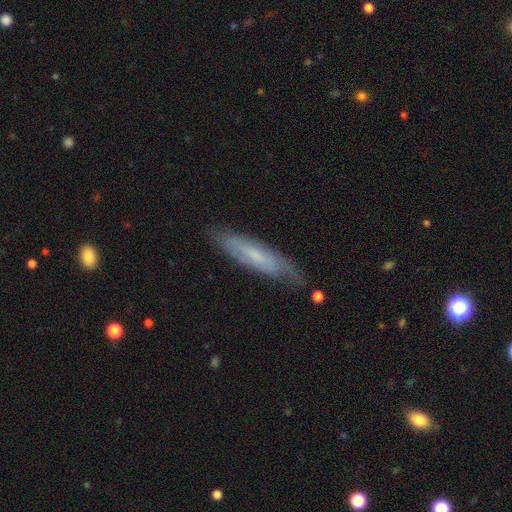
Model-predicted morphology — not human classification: A featured or disk galaxy (49%).

Vote fractions:
- Smooth or featured? featured or disk: 49% / smooth: 44% / star or artifact: 7%
- Merging? none: 71% / minor disturbance: 21% / major disturbance: 6% / merger: 2%